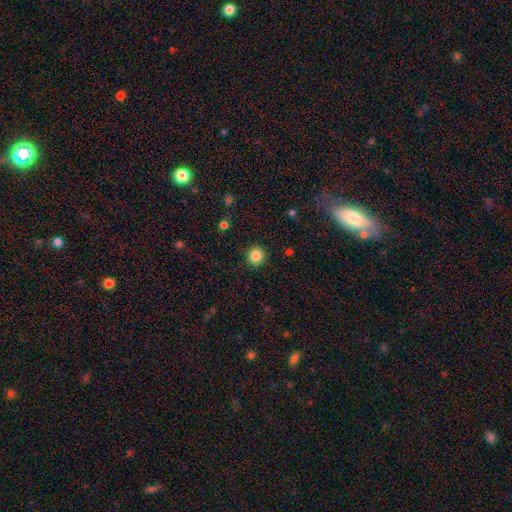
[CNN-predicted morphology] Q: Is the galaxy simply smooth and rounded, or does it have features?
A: smooth — 85%.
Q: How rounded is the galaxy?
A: round — 94%.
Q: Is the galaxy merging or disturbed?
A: none — 92%.